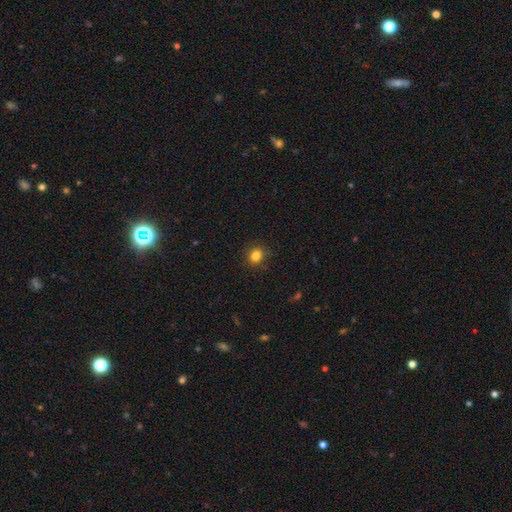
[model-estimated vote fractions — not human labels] smooth 82%, star or artifact 13%, featured or disk 5%. Down the decision tree: how rounded — round (82%); merging — none (87%).